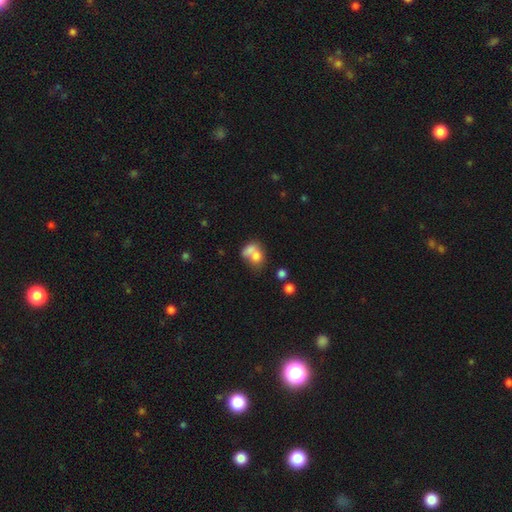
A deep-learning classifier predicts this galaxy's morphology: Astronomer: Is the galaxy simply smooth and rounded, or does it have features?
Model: smooth — 70%.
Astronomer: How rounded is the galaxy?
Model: in between — 54% (runner-up: round, 45%).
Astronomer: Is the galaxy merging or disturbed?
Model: merger — 62%.